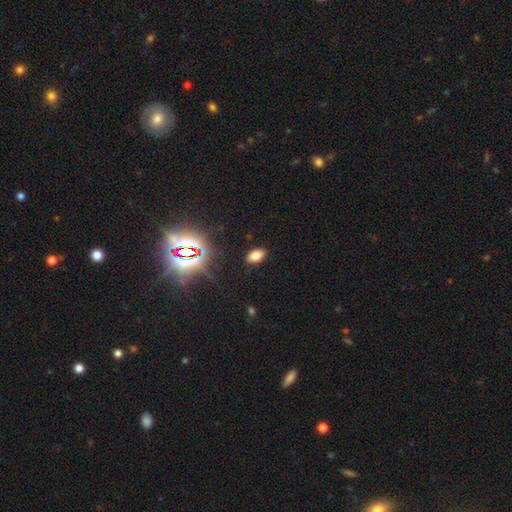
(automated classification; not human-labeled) Smooth or featured: smooth — 72% (star or artifact — 20%)
How rounded: in between — 91% (round — 6%)
Merging: none — 87% (minor disturbance — 9%)